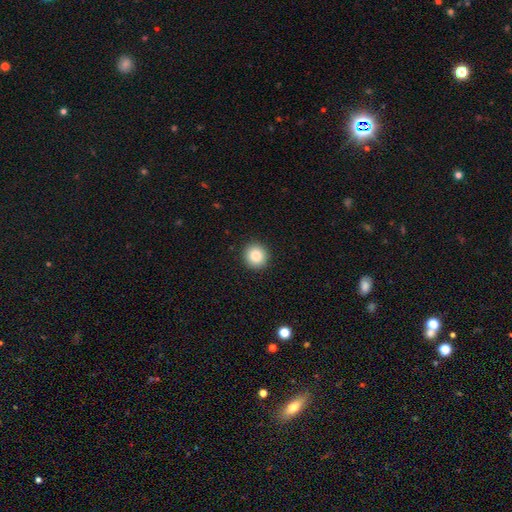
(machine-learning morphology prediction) Q: Smooth or featured?
A: smooth (85%); runner-up: star or artifact (9%)
Q: How rounded?
A: round (92%); runner-up: in between (7%)
Q: Merging?
A: none (92%); runner-up: minor disturbance (5%)